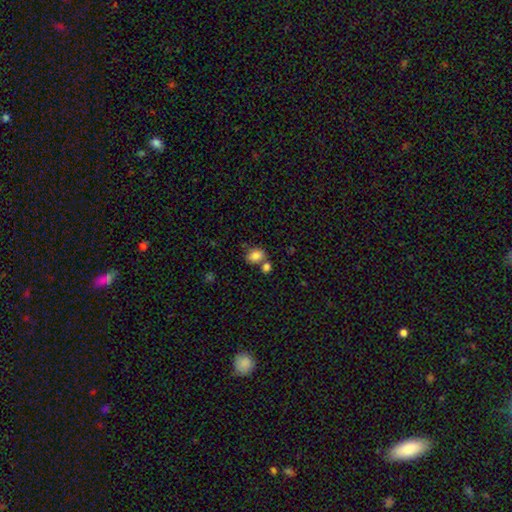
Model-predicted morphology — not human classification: type=smooth (84%); roundness=in between (66%); merging=none (51%).